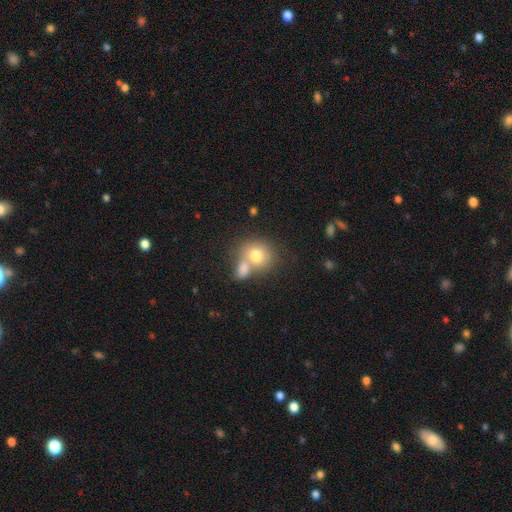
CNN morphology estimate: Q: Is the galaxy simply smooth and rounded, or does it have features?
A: smooth — 75%.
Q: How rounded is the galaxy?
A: round — 67%.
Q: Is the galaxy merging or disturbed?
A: merger — 49%.